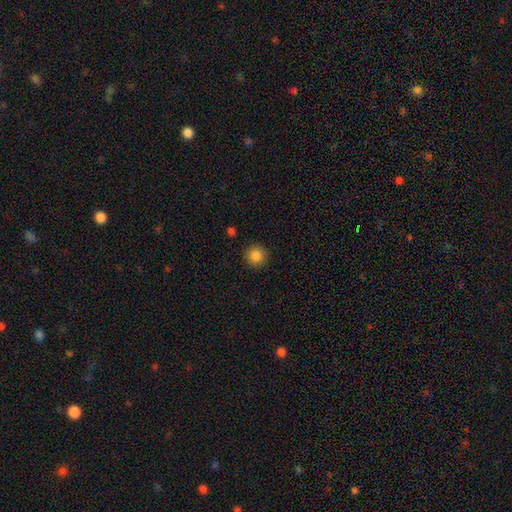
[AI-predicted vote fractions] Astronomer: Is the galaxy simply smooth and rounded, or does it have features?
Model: smooth — 86%.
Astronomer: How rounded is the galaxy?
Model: round — 94%.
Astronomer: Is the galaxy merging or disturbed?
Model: none — 91%.